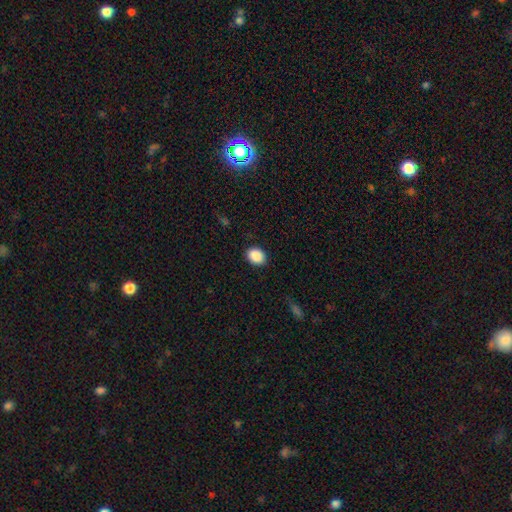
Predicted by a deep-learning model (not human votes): Smooth or featured: smooth — 90% (star or artifact — 8%)
How rounded: in between — 63% (round — 37%)
Merging: none — 87% (minor disturbance — 10%)